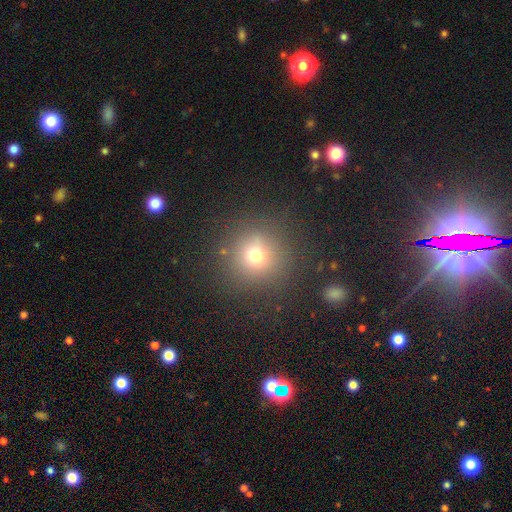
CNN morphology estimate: The model was most divided on "smooth or featured": smooth: 70%, star or artifact: 19%, featured or disk: 11%. More confident: how rounded — round (93%); merging — none (86%).